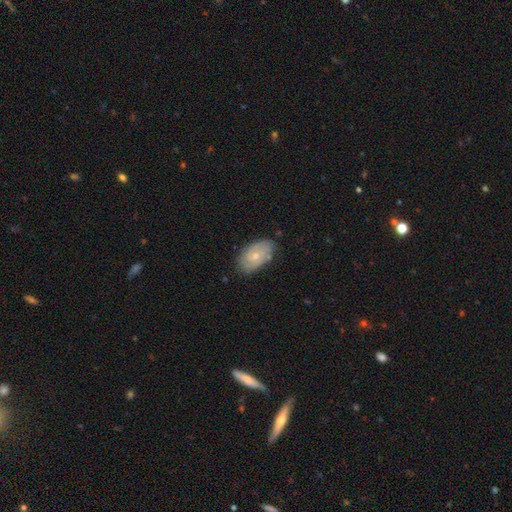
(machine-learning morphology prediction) A featured or disk galaxy (57%) with no bar (77%), spiral arms (76%) and a small central bulge (60%).

Vote fractions:
- Smooth or featured? featured or disk: 57% / smooth: 37% / star or artifact: 6%
- Edge-on disk? no: 94% / yes: 6%
- Bar? no: 77% / weak: 20% / strong: 3%
- Spiral arms? yes: 76% / no: 24%
- Bulge size? small: 60% / moderate: 36% / none: 2% / large: 1% / dominant: 1%
- Merging? none: 76% / minor disturbance: 19% / major disturbance: 4% / merger: 2%